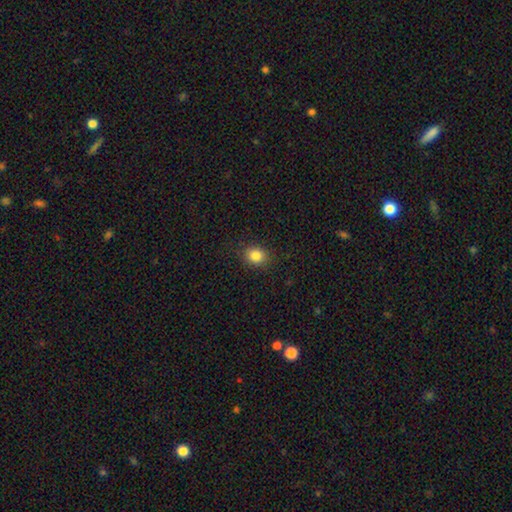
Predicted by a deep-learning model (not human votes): smooth_or_featured: smooth (p=0.84) [alt: star or artifact p=0.11]
how_rounded: round (p=0.56) [alt: in between p=0.43]
merging: none (p=0.89) [alt: minor disturbance p=0.08]